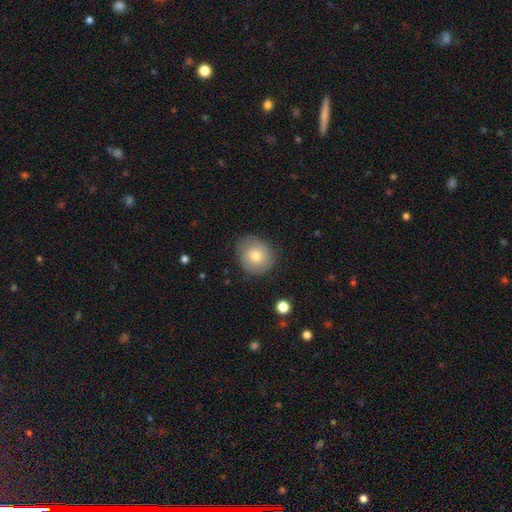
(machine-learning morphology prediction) Q: Smooth or featured?
A: smooth (70%); runner-up: featured or disk (22%)
Q: How rounded?
A: round (83%); runner-up: in between (16%)
Q: Merging?
A: none (80%); runner-up: minor disturbance (15%)